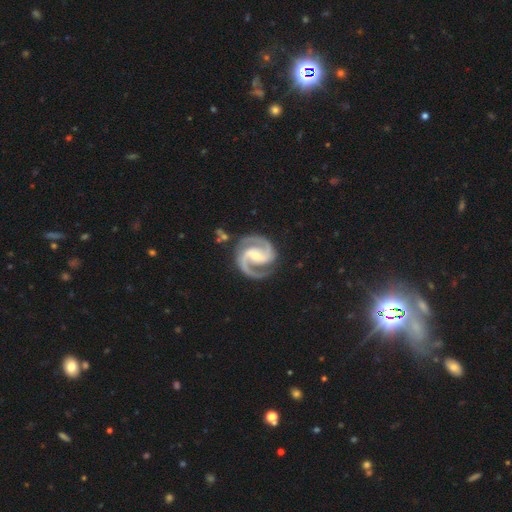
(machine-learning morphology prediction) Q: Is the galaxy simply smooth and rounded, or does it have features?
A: featured or disk — 94%.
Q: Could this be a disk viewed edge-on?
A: no — 98%.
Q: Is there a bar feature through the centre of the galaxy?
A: weak — 39%.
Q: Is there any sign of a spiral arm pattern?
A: yes — 99%.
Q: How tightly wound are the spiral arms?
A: medium — 61%.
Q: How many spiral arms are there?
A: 2 — 93%.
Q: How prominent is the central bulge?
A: small — 50%.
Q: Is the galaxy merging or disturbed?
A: none — 83%.